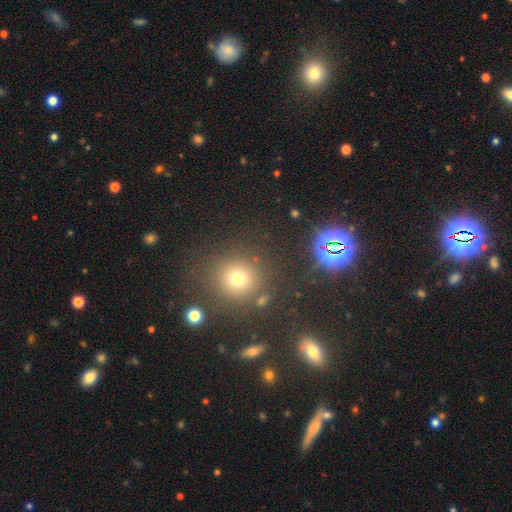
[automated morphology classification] Q: Smooth or featured?
A: smooth (49%); runner-up: star or artifact (42%)
Q: Merging?
A: none (86%); runner-up: minor disturbance (7%)